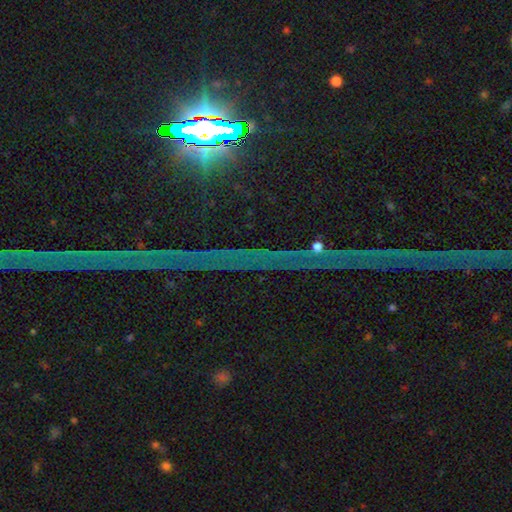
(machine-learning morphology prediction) This is clearly a star or artifact rather than a galaxy (87%).